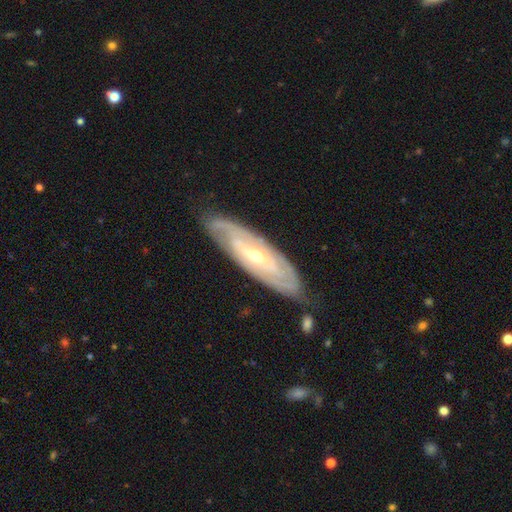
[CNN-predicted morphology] Smooth or featured?
  - featured or disk: 84% *
  - smooth: 11%
  - star or artifact: 5%
Edge-on disk?
  - no: 82% *
  - yes: 18%
Bar?
  - no: 47% *
  - weak: 34%
  - strong: 19%
Spiral arms?
  - yes: 90% *
  - no: 10%
Spiral winding?
  - tight: 72% *
  - medium: 22%
  - loose: 5%
Spiral arm count?
  - can't tell: 41% *
  - 2: 35%
  - 3: 11%
  - 4: 6%
  - 1: 4%
  - more than 4: 3%
Bulge size?
  - small: 52% *
  - moderate: 45%
  - large: 1%
  - none: 1%
  - dominant: 1%
Merging?
  - none: 81% *
  - minor disturbance: 14%
  - major disturbance: 3%
  - merger: 2%